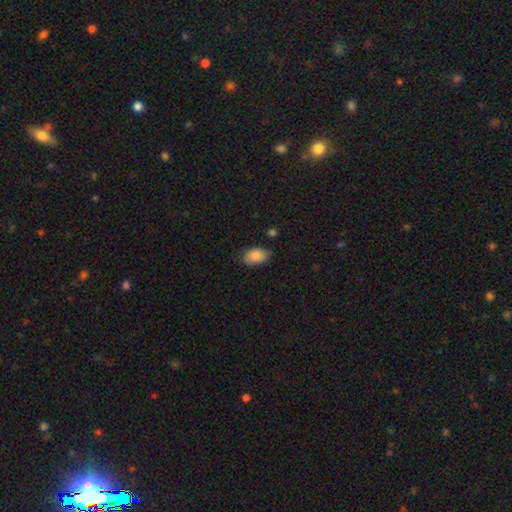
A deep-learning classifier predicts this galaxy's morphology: Smooth or featured? smooth (86%)
How rounded? in between (92%)
Merging? none (75%)